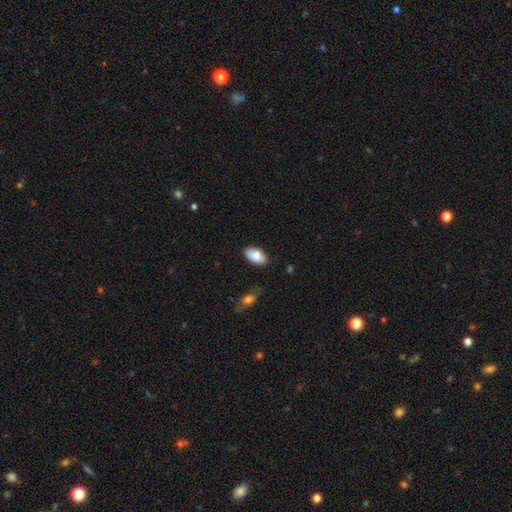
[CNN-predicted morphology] The model was most divided on "merging": none: 80%, minor disturbance: 15%, major disturbance: 3%, merger: 2%. More confident: how rounded — in between (94%); smooth or featured — smooth (85%).